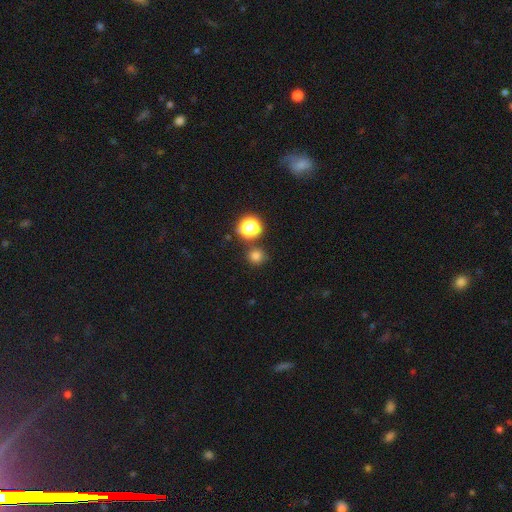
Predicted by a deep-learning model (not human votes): This appears to be a smooth galaxy with no disk features (75%) that is round (93%). Merging: none (81%).